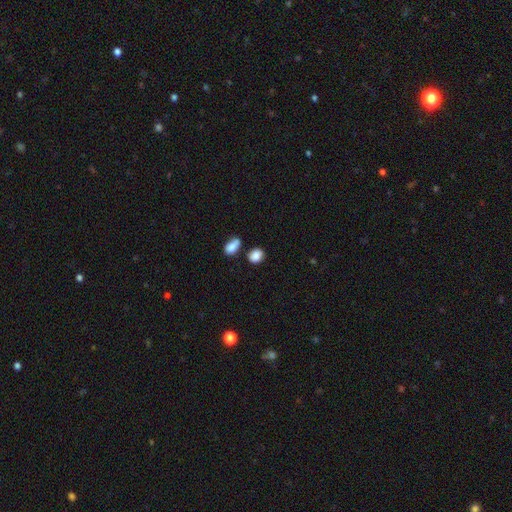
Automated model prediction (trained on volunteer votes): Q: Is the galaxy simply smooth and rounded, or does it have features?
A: smooth — 86%.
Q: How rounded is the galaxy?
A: in between — 50%.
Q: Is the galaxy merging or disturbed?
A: none — 67%.